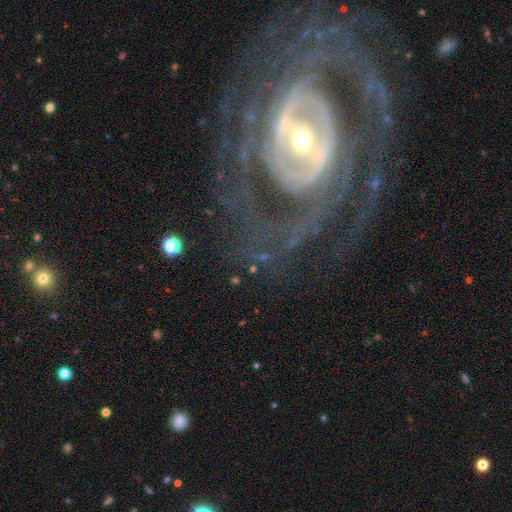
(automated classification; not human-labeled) This appears to be a featured or disk galaxy (87%) with a strong bar (42%), tight (62%) spiral arms (88%) and a small central bulge (55%). Merging: none (67%).